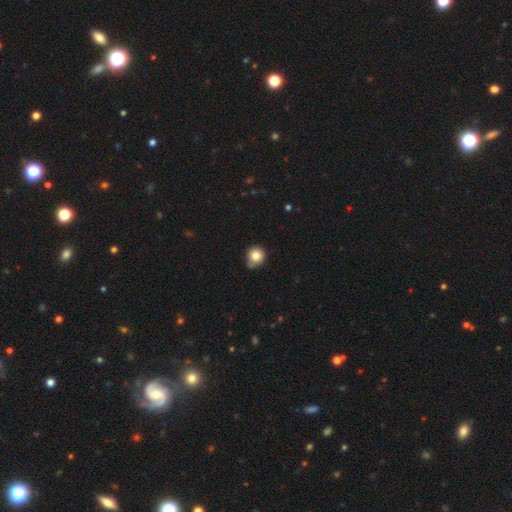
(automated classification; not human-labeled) Morphology: type=smooth (82%); roundness=round (90%); merging=none (68%).